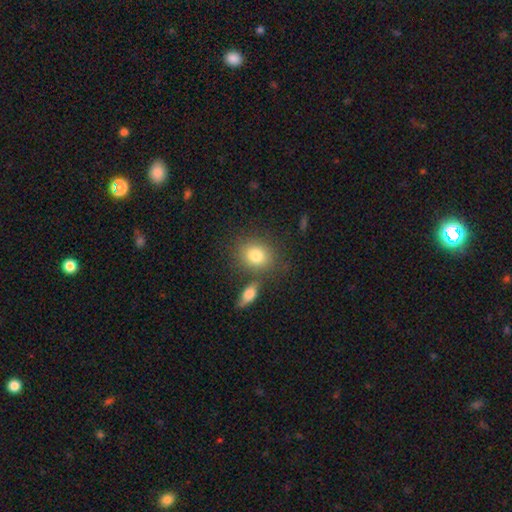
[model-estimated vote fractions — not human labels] A smooth galaxy with no disk features (81%) that is round (59%). Merging: none (71%).